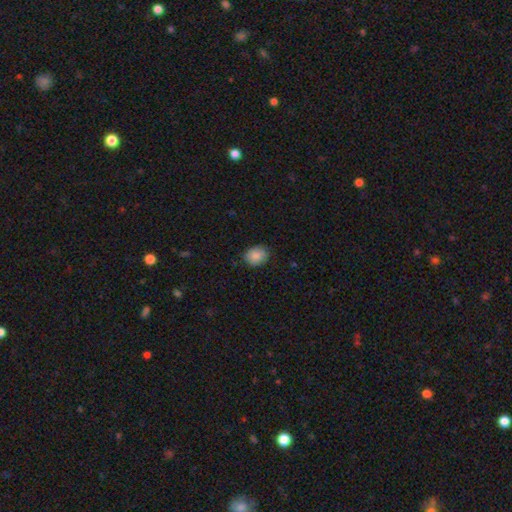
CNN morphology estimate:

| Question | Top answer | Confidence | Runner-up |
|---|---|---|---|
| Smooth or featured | smooth | 88% | star or artifact (8%) |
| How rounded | in between | 55% | round (44%) |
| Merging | none | 84% | minor disturbance (13%) |